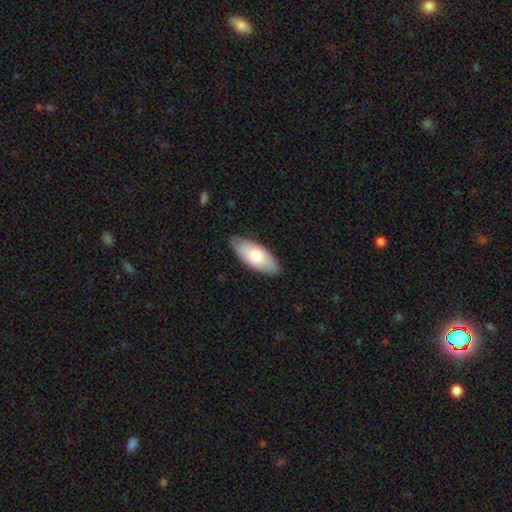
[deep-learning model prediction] smooth 73%, featured or disk 22%, star or artifact 5%. Down the decision tree: how rounded — in between (87%); merging — none (83%).